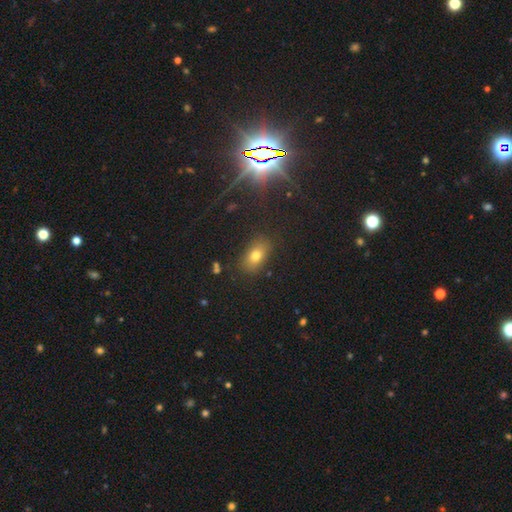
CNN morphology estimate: Q: Smooth or featured?
A: smooth (68%); runner-up: star or artifact (20%)
Q: How rounded?
A: in between (83%); runner-up: round (14%)
Q: Merging?
A: none (84%); runner-up: minor disturbance (11%)